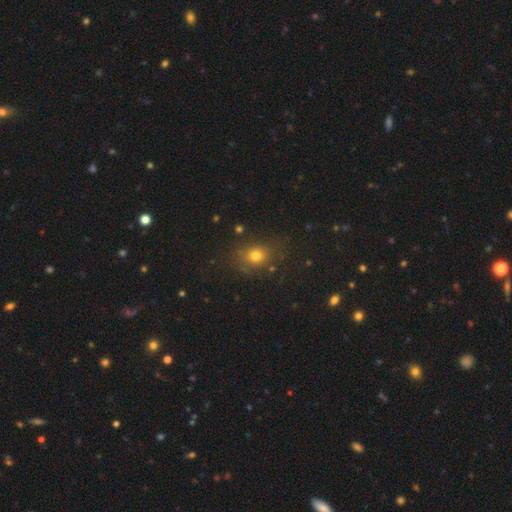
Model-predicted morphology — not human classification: A smooth galaxy with no disk features (75%) that is round (60%).

Vote fractions:
- Smooth or featured? smooth: 75% / star or artifact: 16% / featured or disk: 9%
- How rounded? round: 60% / in between: 38% / cigar-shaped: 1%
- Merging? none: 78% / minor disturbance: 14% / major disturbance: 5% / merger: 3%